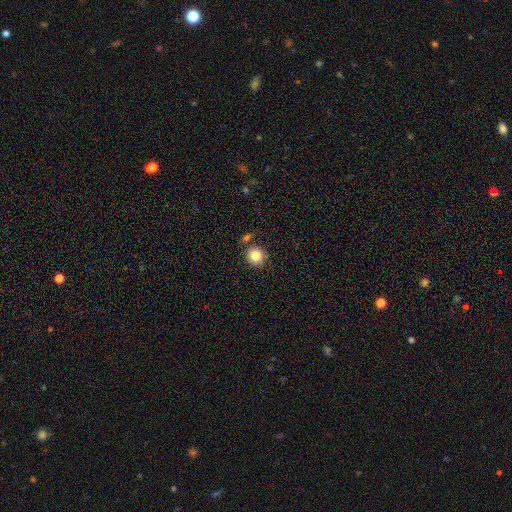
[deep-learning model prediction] This appears to be a smooth galaxy with no disk features (84%) that is round (92%). Merging: none (79%).